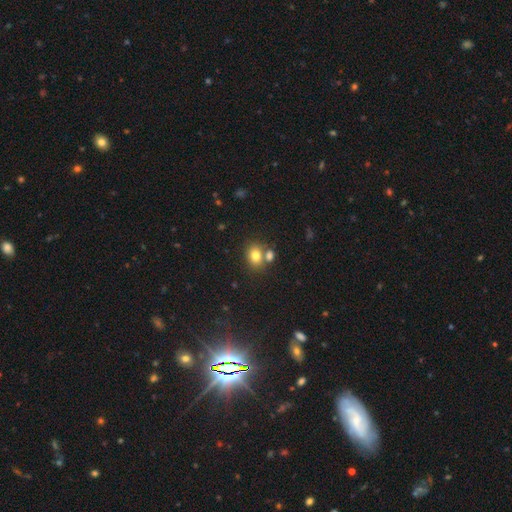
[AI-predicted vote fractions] A smooth galaxy with no disk features (79%) that is in between round and cigar-shaped (52%).

Vote fractions:
- Smooth or featured? smooth: 79% / star or artifact: 12% / featured or disk: 10%
- How rounded? in between: 52% / round: 47% / cigar-shaped: 1%
- Merging? none: 57% / merger: 29% / minor disturbance: 10% / major disturbance: 4%